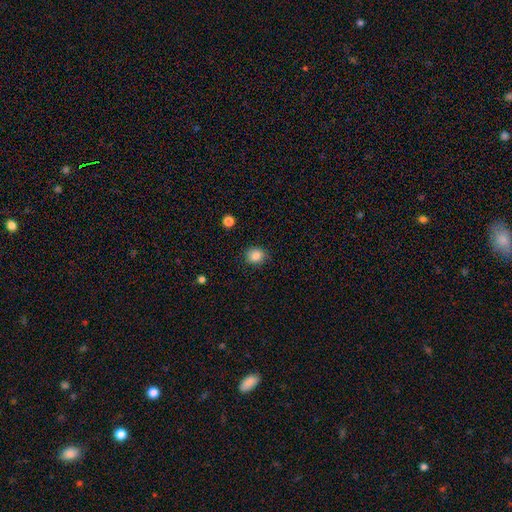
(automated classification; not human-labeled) Overall: smooth (86%). How rounded: round (72%). Merging: none (85%).